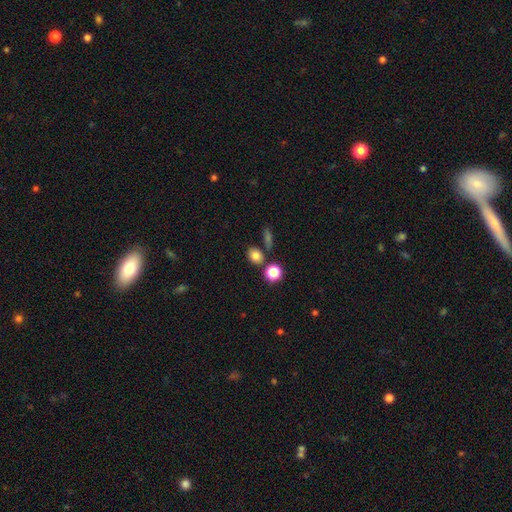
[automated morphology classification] Smooth or featured? Predicted: smooth (p=0.78). How rounded? Predicted: round (p=0.54). Merging? Predicted: none (p=0.73).